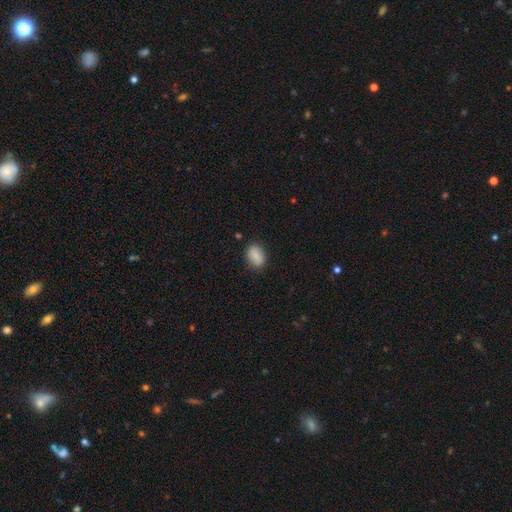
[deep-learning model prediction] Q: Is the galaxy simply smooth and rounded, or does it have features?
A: smooth — 87%.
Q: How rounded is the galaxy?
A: in between — 81%.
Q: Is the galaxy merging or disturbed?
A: none — 85%.